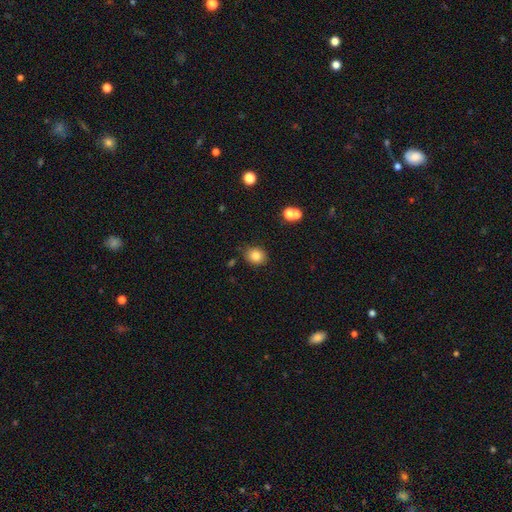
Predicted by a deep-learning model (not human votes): A smooth galaxy with no disk features (83%) that is round (60%). Merging: none (81%).